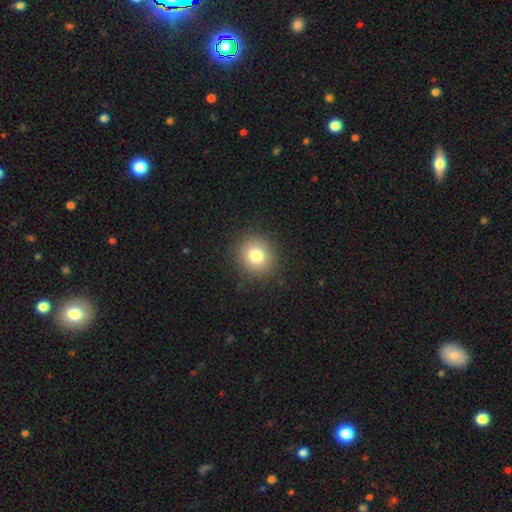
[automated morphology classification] smooth_or_featured: smooth (p=0.80) [alt: star or artifact p=0.11]
how_rounded: round (p=0.87) [alt: in between p=0.12]
merging: none (p=0.90) [alt: minor disturbance p=0.07]